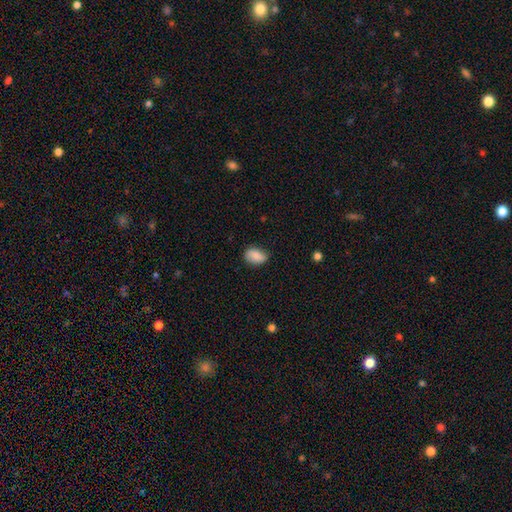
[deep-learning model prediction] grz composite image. It shows a smooth galaxy with no disk features (81%) that is in between round and cigar-shaped (82%). Merging: none (72%).